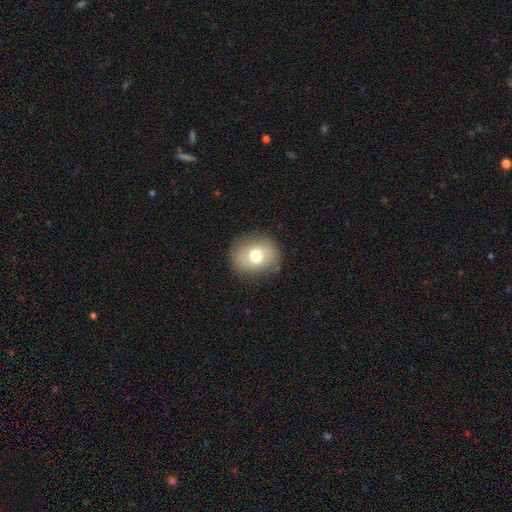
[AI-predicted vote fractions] Q: Smooth or featured?
A: smooth (72%); runner-up: featured or disk (18%)
Q: How rounded?
A: round (73%); runner-up: in between (26%)
Q: Merging?
A: none (86%); runner-up: minor disturbance (9%)